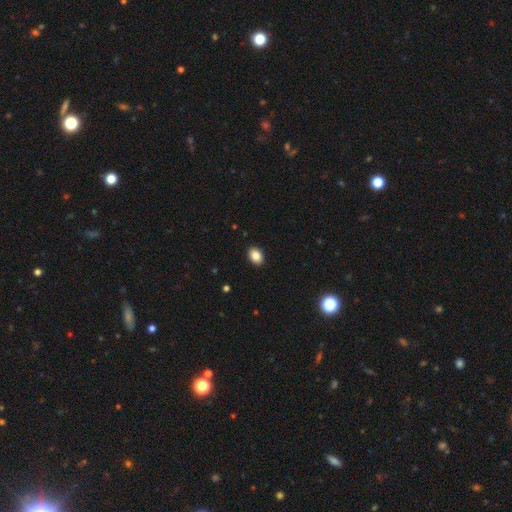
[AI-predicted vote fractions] This appears to be a smooth galaxy with no disk features (86%) that is in between round and cigar-shaped (76%). Merging: none (91%).